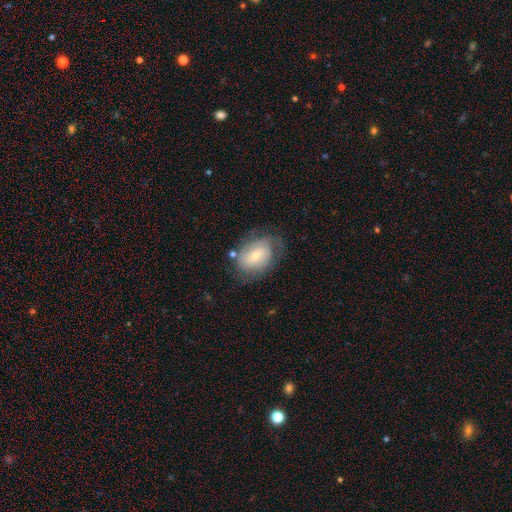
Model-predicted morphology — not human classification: smooth-or-featured: featured or disk: 51% | smooth: 41% | star or artifact: 8%
  disk-edge-on: no: 95% | yes: 5%
  merging: none: 57% | minor disturbance: 24% | major disturbance: 15% | merger: 4%